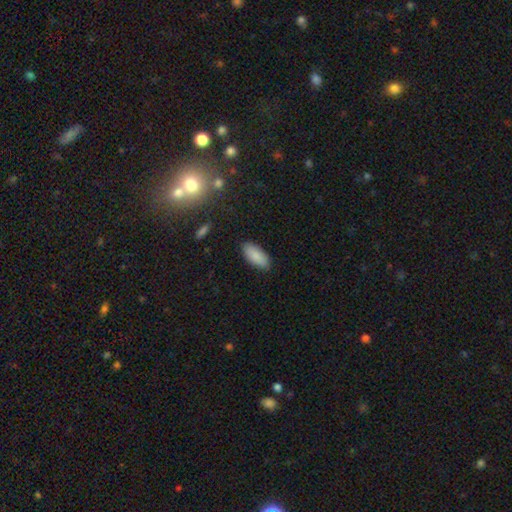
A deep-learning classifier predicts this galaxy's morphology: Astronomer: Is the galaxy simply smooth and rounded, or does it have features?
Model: smooth — 88%.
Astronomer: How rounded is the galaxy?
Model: in between — 89%.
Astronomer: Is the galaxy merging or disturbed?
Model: none — 86%.